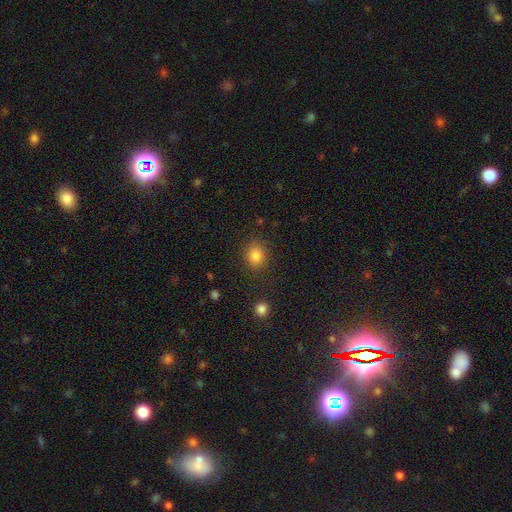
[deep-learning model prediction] smooth-or-featured: smooth: 83% | star or artifact: 11% | featured or disk: 5%
  how-rounded: round: 71% | in between: 28% | cigar-shaped: 1%
  merging: none: 86% | minor disturbance: 9% | major disturbance: 3% | merger: 2%